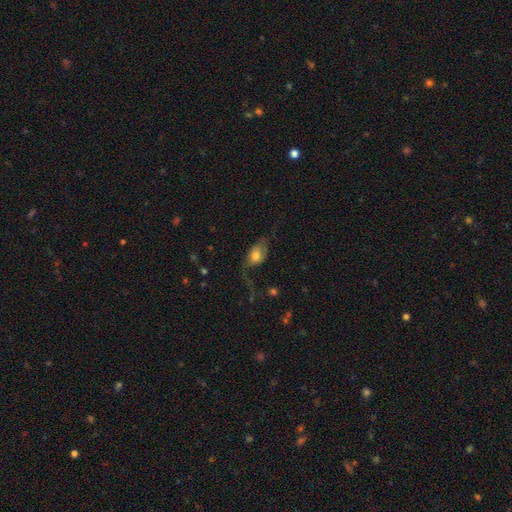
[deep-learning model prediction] smooth_or_featured: smooth (p=0.52) [alt: featured or disk p=0.40]
how_rounded: in between (p=0.82) [alt: round p=0.15]
merging: major disturbance (p=0.42) [alt: none p=0.33]